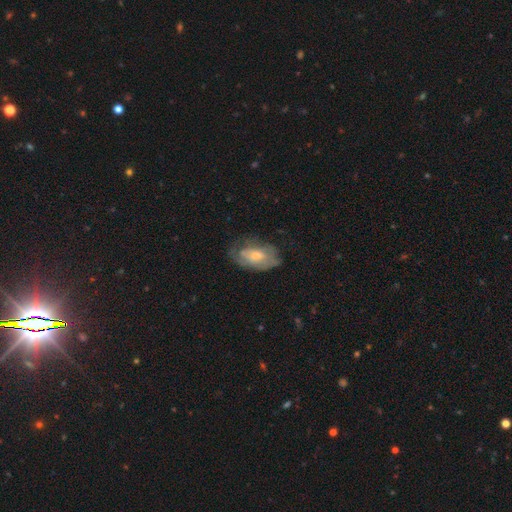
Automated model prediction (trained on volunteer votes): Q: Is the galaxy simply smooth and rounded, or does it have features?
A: featured or disk — 47%, tied with smooth.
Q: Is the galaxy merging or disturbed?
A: none — 50%.